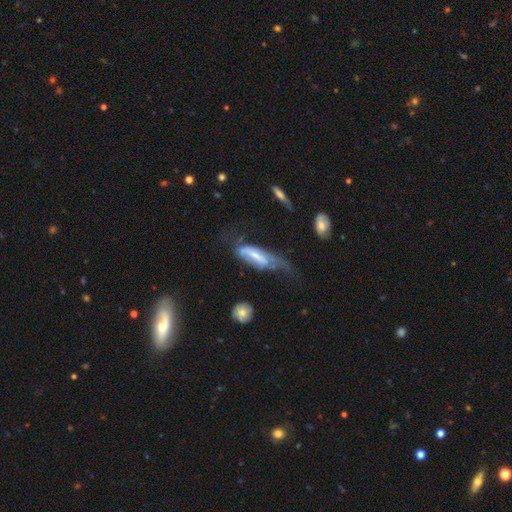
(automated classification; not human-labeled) Smooth or featured? featured or disk (56%)
Edge-on disk? no (70%)
Merging? major disturbance (50%)